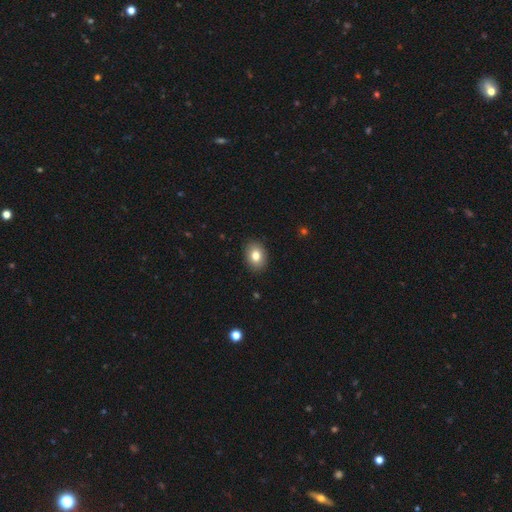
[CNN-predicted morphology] smooth_or_featured: smooth (p=0.81) [alt: featured or disk p=0.10]
how_rounded: in between (p=0.68) [alt: round p=0.31]
merging: none (p=0.89) [alt: minor disturbance p=0.08]